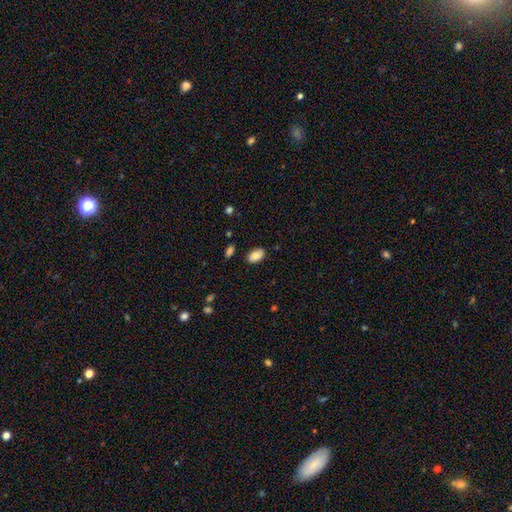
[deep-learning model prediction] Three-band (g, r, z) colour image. It shows a smooth galaxy with no disk features (84%) that is in between round and cigar-shaped (93%). Merging: none (85%).